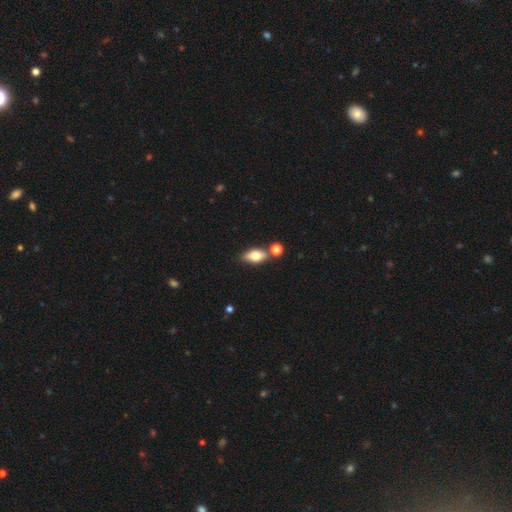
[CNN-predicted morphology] A smooth galaxy with no disk features (76%) that is in between round and cigar-shaped (85%).

Vote fractions:
- Smooth or featured? smooth: 76% / featured or disk: 16% / star or artifact: 8%
- How rounded? in between: 85% / cigar-shaped: 9% / round: 6%
- Merging? none: 65% / merger: 19% / minor disturbance: 13% / major disturbance: 3%